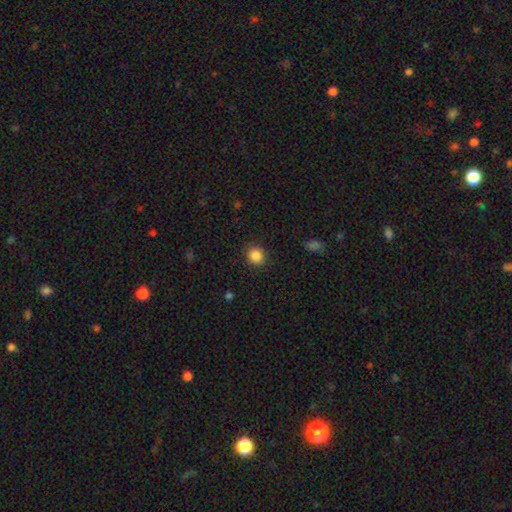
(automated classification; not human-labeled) The model was most divided on "how rounded": round: 84%, in between: 15%, cigar-shaped: 1%. More confident: merging — none (89%); smooth or featured — smooth (86%).